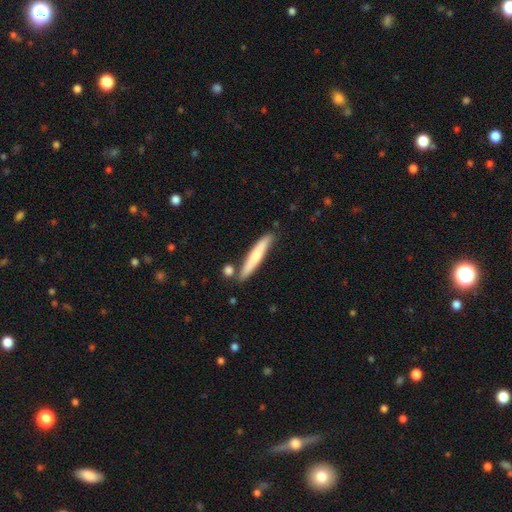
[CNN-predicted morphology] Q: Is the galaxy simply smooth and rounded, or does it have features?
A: smooth — 65%.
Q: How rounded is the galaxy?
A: cigar-shaped — 94%.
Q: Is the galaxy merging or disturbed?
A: none — 80%.